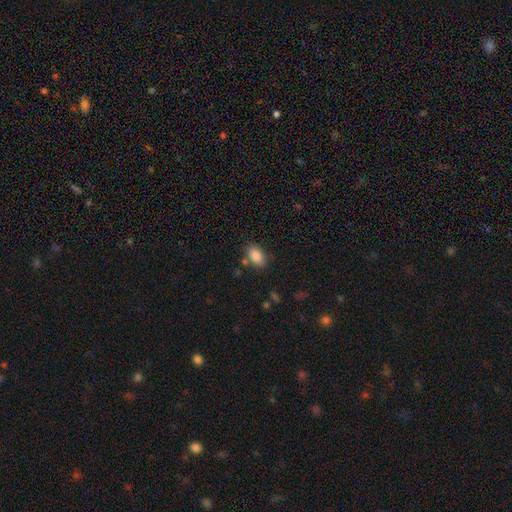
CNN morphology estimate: smooth 86%, star or artifact 8%, featured or disk 5%. Down the decision tree: how rounded — in between (88%); merging — none (76%).